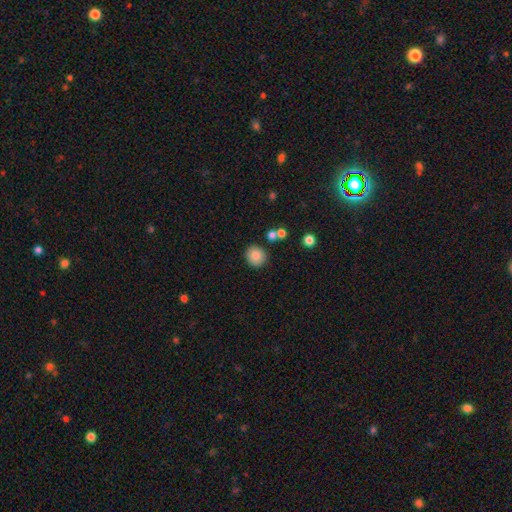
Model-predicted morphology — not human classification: This is clearly a smooth galaxy (85%). How rounded: clearly round (87%). Merging: clearly none (85%).